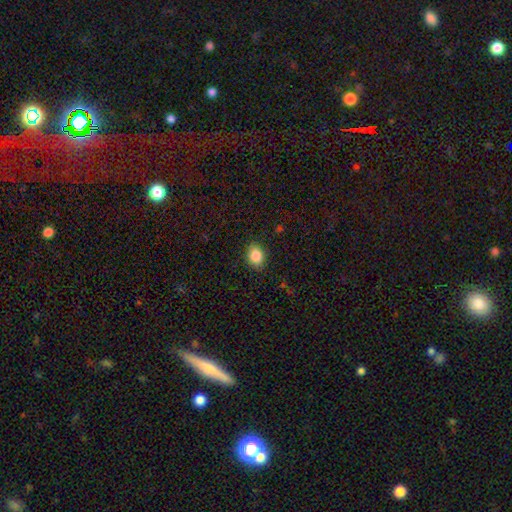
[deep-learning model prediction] Smooth or featured: smooth — 86% (star or artifact — 9%)
How rounded: in between — 63% (round — 36%)
Merging: none — 87% (minor disturbance — 9%)